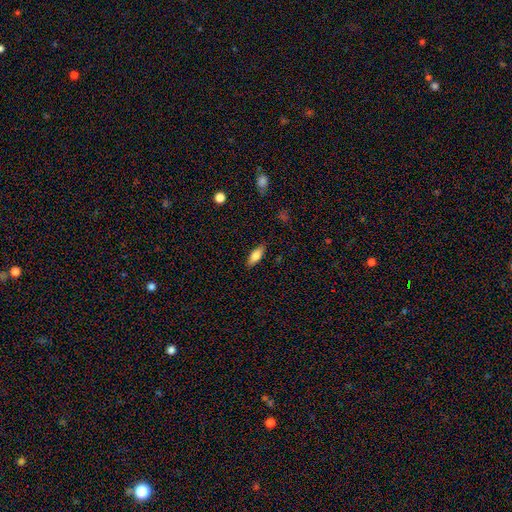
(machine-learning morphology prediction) type=smooth (77%); roundness=in between (72%); merging=none (87%).